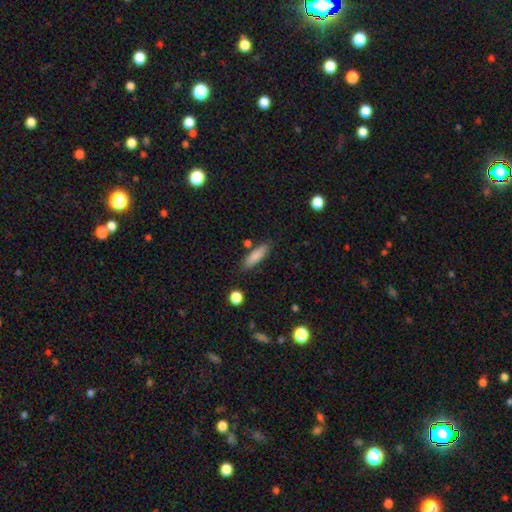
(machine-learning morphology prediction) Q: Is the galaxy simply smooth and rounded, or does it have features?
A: smooth — 83%.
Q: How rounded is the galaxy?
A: cigar-shaped — 62%.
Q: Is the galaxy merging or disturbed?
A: none — 80%.